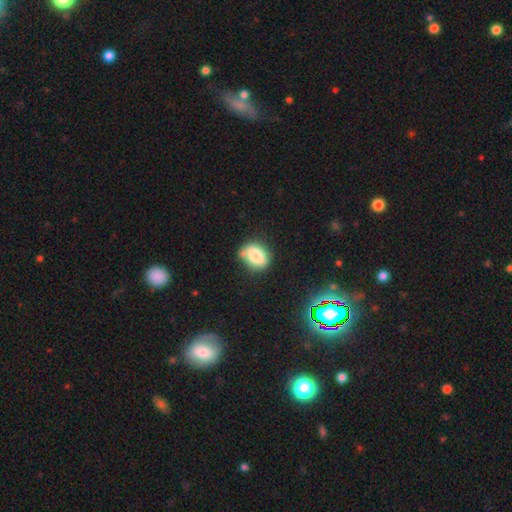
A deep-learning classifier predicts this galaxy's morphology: A smooth galaxy with no disk features (80%) that is in between round and cigar-shaped (62%).

Vote fractions:
- Smooth or featured? smooth: 80% / featured or disk: 10% / star or artifact: 10%
- How rounded? in between: 62% / round: 36% / cigar-shaped: 1%
- Merging? none: 65% / minor disturbance: 22% / merger: 8% / major disturbance: 5%